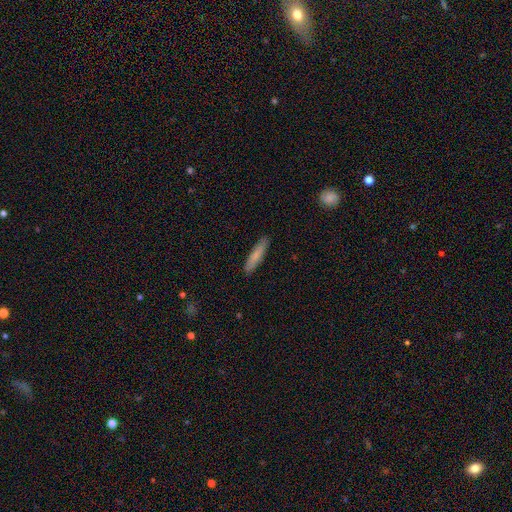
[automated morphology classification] A smooth galaxy with no disk features (76%) that is cigar-shaped (85%).

Vote fractions:
- Smooth or featured? smooth: 76% / featured or disk: 19% / star or artifact: 6%
- How rounded? cigar-shaped: 85% / in between: 13% / round: 1%
- Merging? none: 89% / minor disturbance: 8% / major disturbance: 2% / merger: 1%